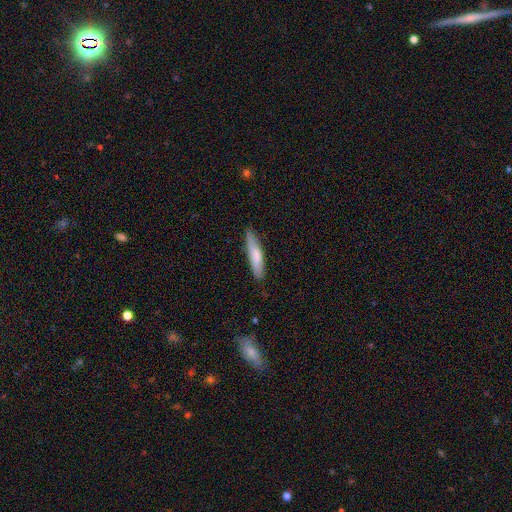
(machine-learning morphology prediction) smooth-or-featured: smooth: 75% | featured or disk: 20% | star or artifact: 6%
  how-rounded: cigar-shaped: 84% | in between: 15% | round: 1%
  merging: none: 82% | minor disturbance: 14% | major disturbance: 2% | merger: 1%